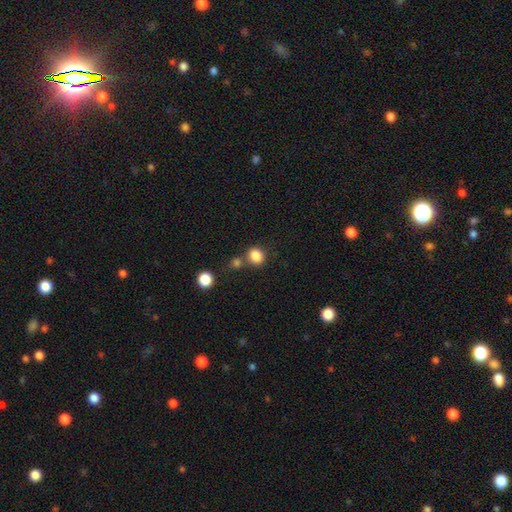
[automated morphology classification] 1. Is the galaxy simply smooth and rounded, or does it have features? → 84% smooth, 11% star or artifact, 5% featured or disk.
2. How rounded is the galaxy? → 76% round, 23% in between, 1% cigar-shaped.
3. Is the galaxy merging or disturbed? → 66% none, 20% merger, 10% minor disturbance, 4% major disturbance.